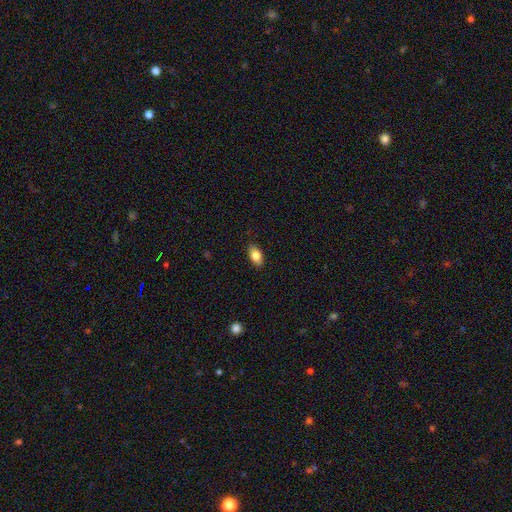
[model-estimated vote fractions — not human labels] smooth-or-featured: smooth: 80% | featured or disk: 12% | star or artifact: 7%
  how-rounded: in between: 89% | round: 7% | cigar-shaped: 4%
  merging: none: 86% | minor disturbance: 11% | major disturbance: 2% | merger: 1%